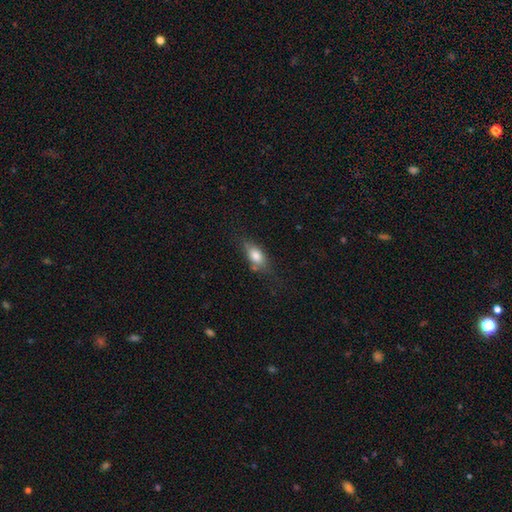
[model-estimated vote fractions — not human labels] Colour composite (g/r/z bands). It shows a smooth galaxy with no disk features (76%) that is in between round and cigar-shaped (82%). Merging: none (59%).